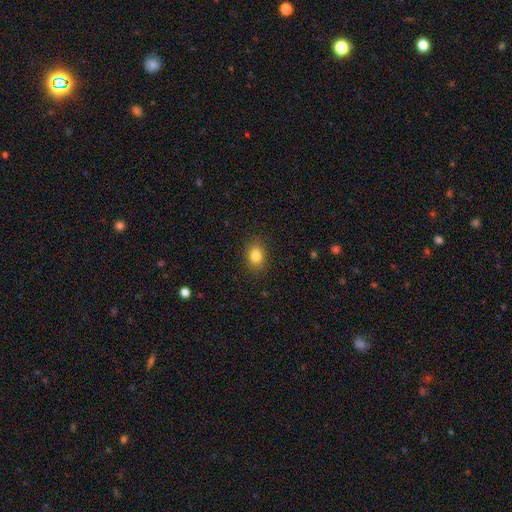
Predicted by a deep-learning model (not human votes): Smooth or featured? Predicted: smooth (p=0.82). How rounded? Predicted: in between (p=0.58). Merging? Predicted: none (p=0.88).